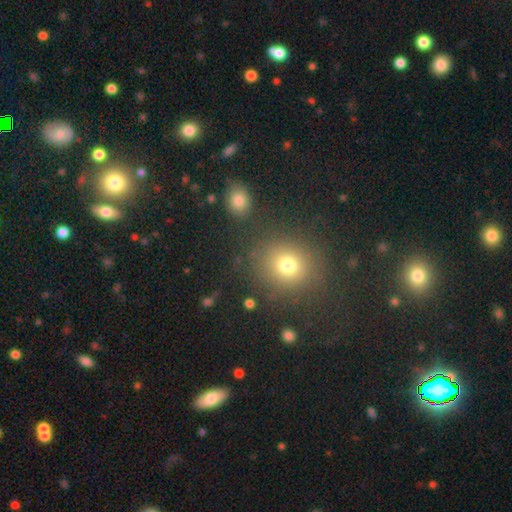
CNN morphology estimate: smooth-or-featured: smooth: 61% | star or artifact: 31% | featured or disk: 8%
  how-rounded: round: 85% | in between: 14% | cigar-shaped: 1%
  merging: none: 86% | minor disturbance: 7% | merger: 4% | major disturbance: 3%